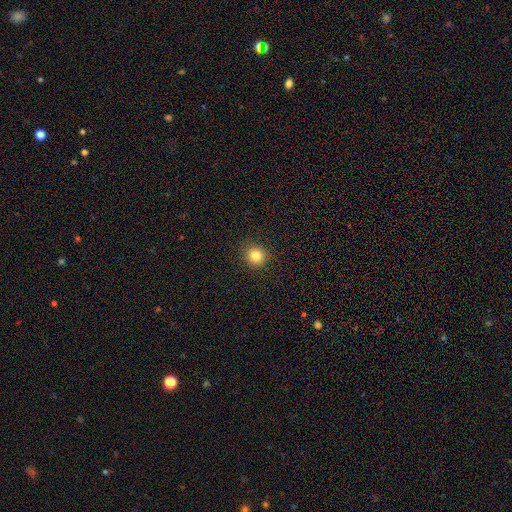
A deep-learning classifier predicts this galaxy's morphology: A smooth galaxy with no disk features (82%) that is round (90%). Merging: none (90%).